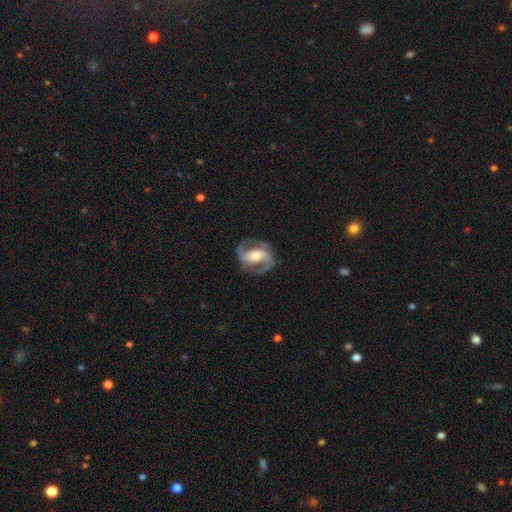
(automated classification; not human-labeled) This appears to be a featured or disk galaxy (88%) with a strong bar (41%), 2 (92%) medium (55%) spiral arms (95%) and a moderate central bulge (66%). Merging: none (81%).